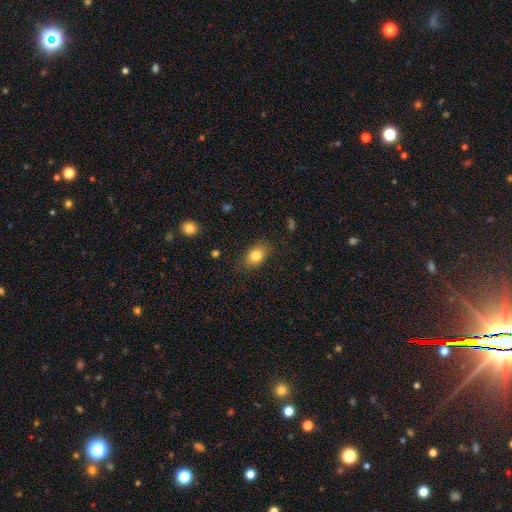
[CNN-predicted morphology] This appears to be a smooth galaxy with no disk features (83%) that is in between round and cigar-shaped (79%). Merging: none (82%).